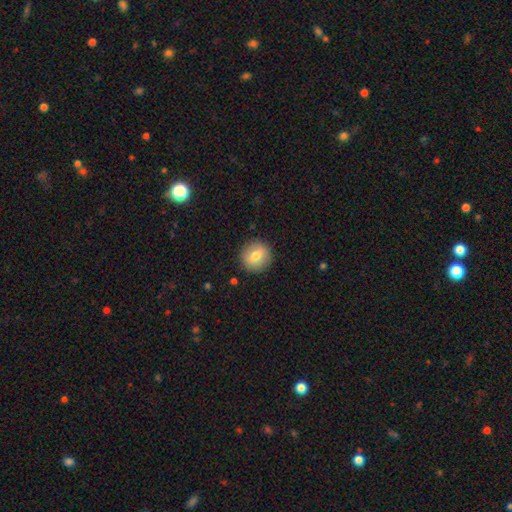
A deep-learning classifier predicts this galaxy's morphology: smooth 75%, featured or disk 17%, star or artifact 8%. Down the decision tree: how rounded — round (90%); merging — none (90%).